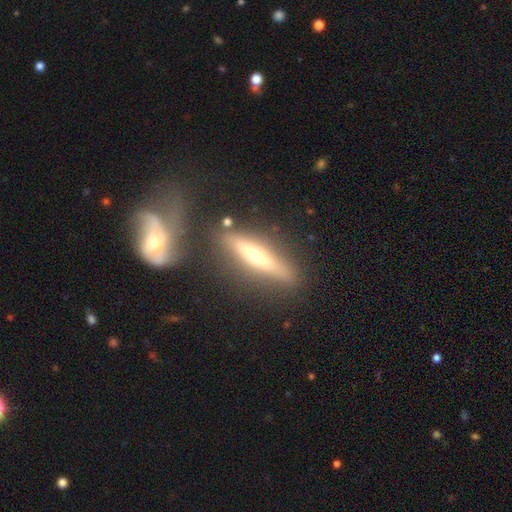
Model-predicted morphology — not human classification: Smooth or featured: featured or disk — 58% (smooth — 34%)
Edge-on disk: yes — 91% (no — 9%)
Edge-on bulge: rounded — 81% (none — 11%)
Merging: none — 76% (minor disturbance — 12%)